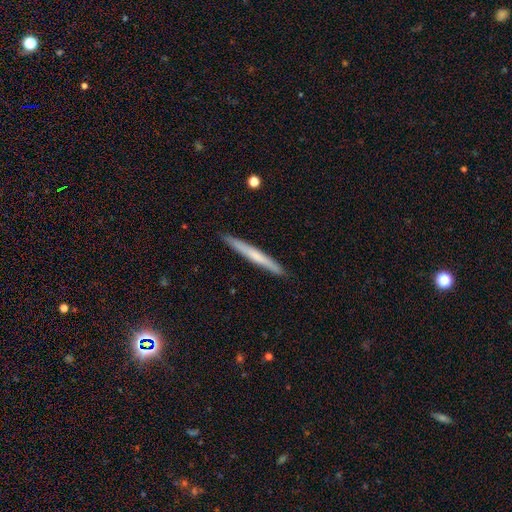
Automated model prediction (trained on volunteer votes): smooth 57%, featured or disk 38%, star or artifact 6%. Down the decision tree: how rounded — cigar-shaped (97%); merging — none (91%).